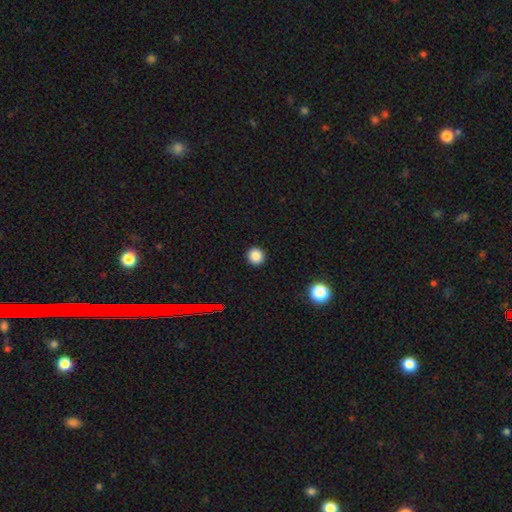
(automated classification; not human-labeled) This appears to be a smooth galaxy with no disk features (86%) that is round (93%). Merging: none (93%).